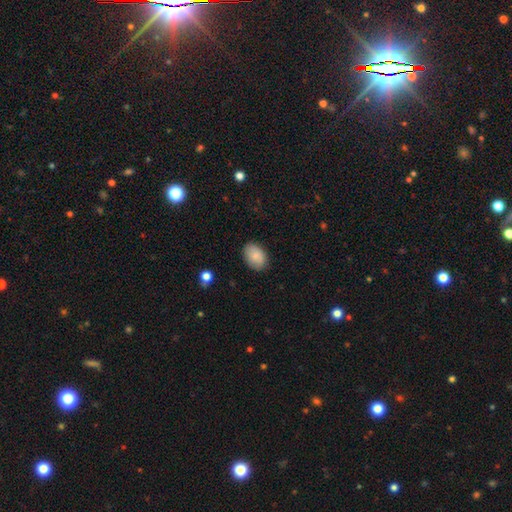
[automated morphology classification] Smooth or featured? smooth (84%)
How rounded? in between (83%)
Merging? none (85%)